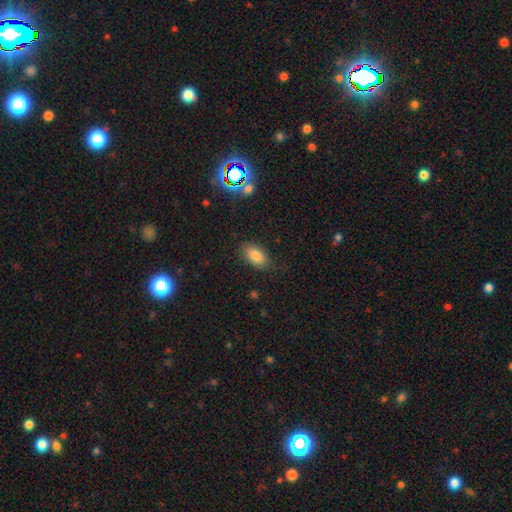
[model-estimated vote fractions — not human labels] This is clearly a smooth galaxy (82%). How rounded: clearly in between (91%). Merging: clearly none (82%).